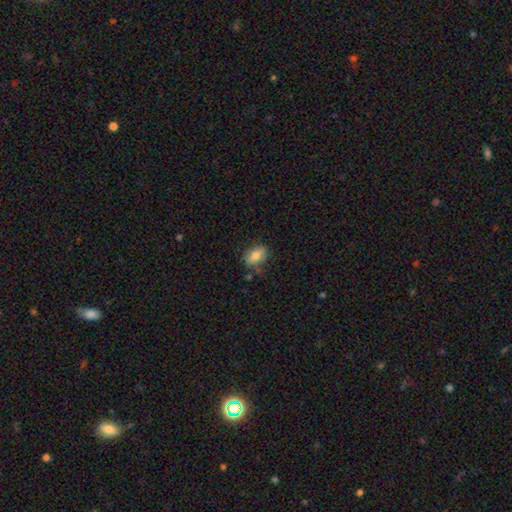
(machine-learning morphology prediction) Smooth or featured? Predicted: smooth (p=0.76). How rounded? Predicted: in between (p=0.80). Merging? Predicted: none (p=0.74).